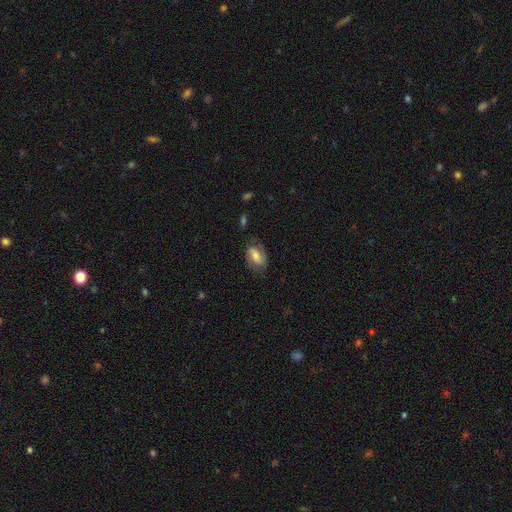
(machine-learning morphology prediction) A smooth galaxy with no disk features (49%). Merging: none (68%).